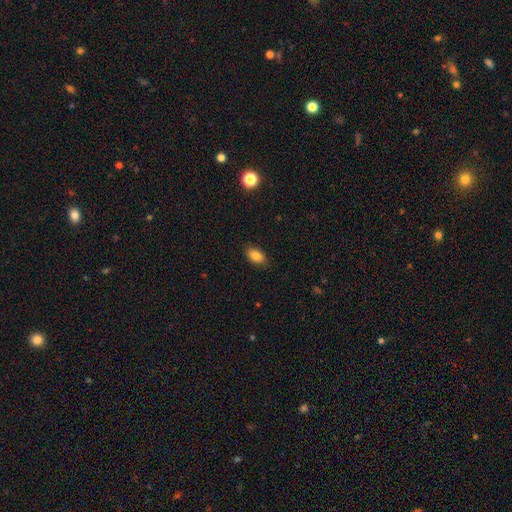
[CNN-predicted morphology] smooth 85%, star or artifact 9%, featured or disk 6%. Down the decision tree: how rounded — in between (89%); merging — none (85%).